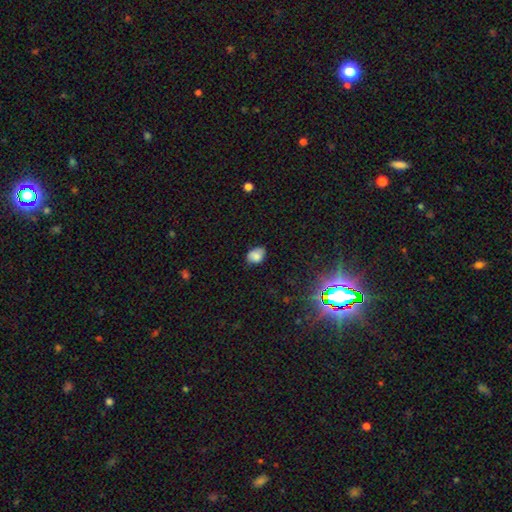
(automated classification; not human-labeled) This is clearly a smooth galaxy (80%). How rounded: likely in between (80%). Merging: likely none (72%).